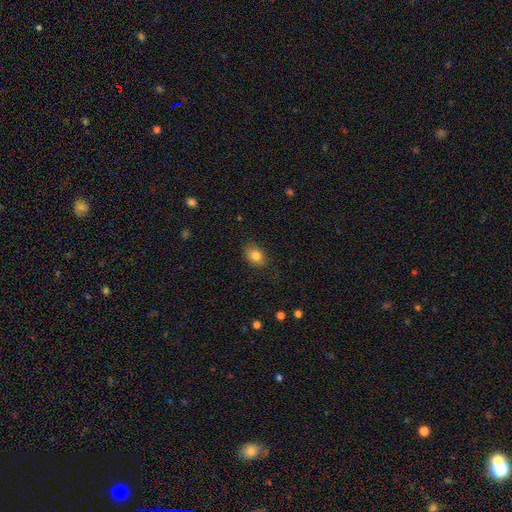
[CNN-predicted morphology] Overall: smooth (83%). How rounded: in between (68%; round 31%). Merging: none (82%).